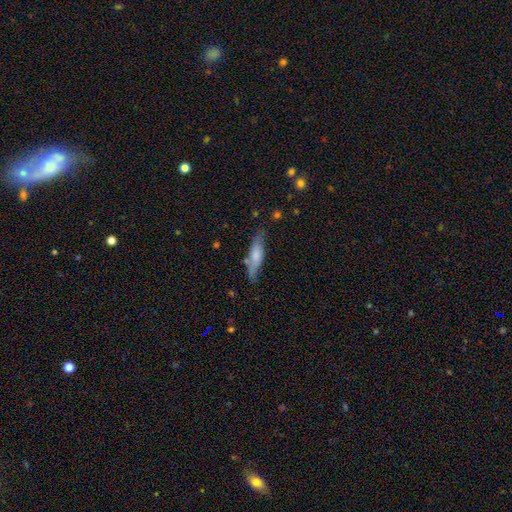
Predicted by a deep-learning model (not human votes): smooth 67%, featured or disk 27%, star or artifact 6%. Down the decision tree: how rounded — cigar-shaped (70%); merging — none (70%).